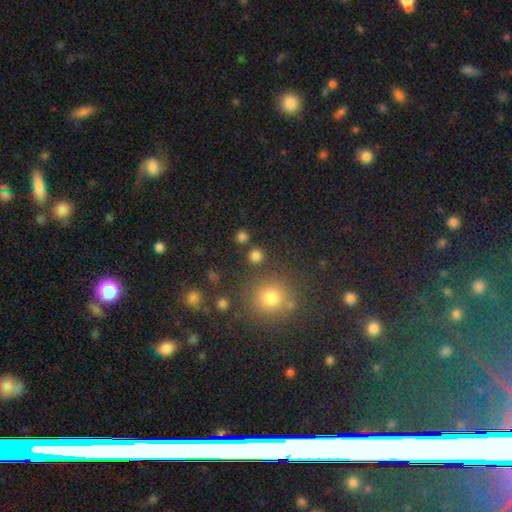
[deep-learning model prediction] This appears to be a smooth galaxy with no disk features (79%) that is round (93%). Merging: none (85%).